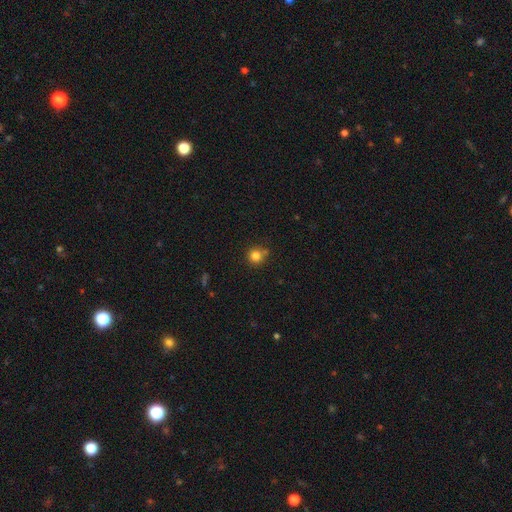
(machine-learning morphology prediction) smooth 82%, star or artifact 13%, featured or disk 6%. Down the decision tree: how rounded — round (91%); merging — none (71%).